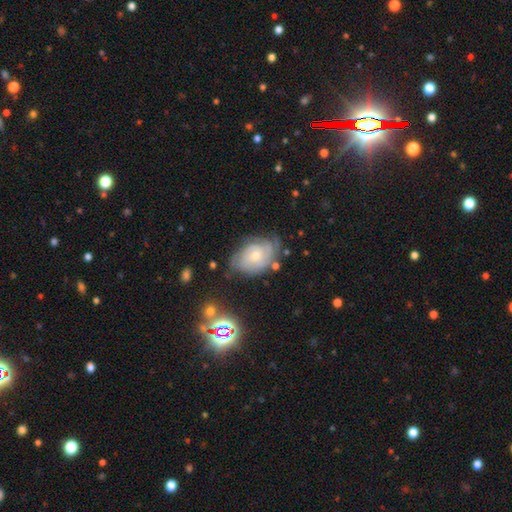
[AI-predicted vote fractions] Smooth or featured?
  - featured or disk: 74% *
  - smooth: 18%
  - star or artifact: 8%
Edge-on disk?
  - no: 96% *
  - yes: 4%
Bar?
  - no: 74% *
  - weak: 23%
  - strong: 3%
Spiral arms?
  - yes: 90% *
  - no: 10%
Spiral winding?
  - tight: 65% *
  - medium: 26%
  - loose: 8%
Spiral arm count?
  - can't tell: 44% *
  - 2: 24%
  - 3: 17%
  - 1: 6%
  - 4: 6%
  - more than 4: 4%
Bulge size?
  - small: 48% *
  - moderate: 47%
  - large: 2%
  - none: 2%
  - dominant: 1%
Merging?
  - none: 59% *
  - minor disturbance: 27%
  - major disturbance: 11%
  - merger: 3%